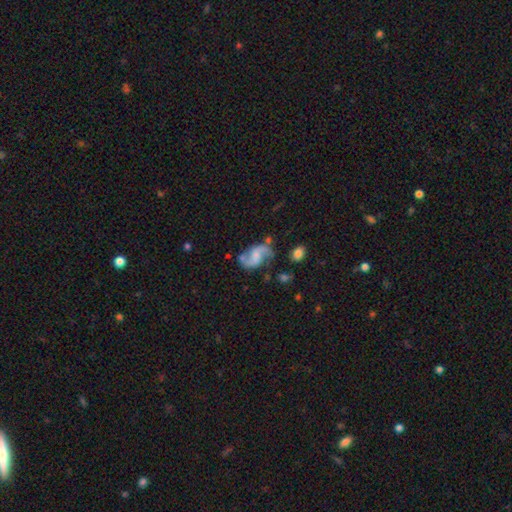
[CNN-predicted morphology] Smooth or featured?
  - featured or disk: 81% *
  - smooth: 13%
  - star or artifact: 6%
Edge-on disk?
  - no: 98% *
  - yes: 2%
Bar?
  - weak: 44% *
  - no: 43%
  - strong: 13%
Spiral arms?
  - yes: 94% *
  - no: 6%
Spiral winding?
  - loose: 62% *
  - medium: 32%
  - tight: 7%
Spiral arm count?
  - 2: 92% *
  - can't tell: 3%
  - 1: 2%
  - 3: 1%
  - 4: 1%
  - more than 4: 1%
Bulge size?
  - small: 34% *
  - none: 33%
  - moderate: 26%
  - large: 5%
  - dominant: 1%
Merging?
  - none: 63% *
  - minor disturbance: 20%
  - major disturbance: 10%
  - merger: 7%